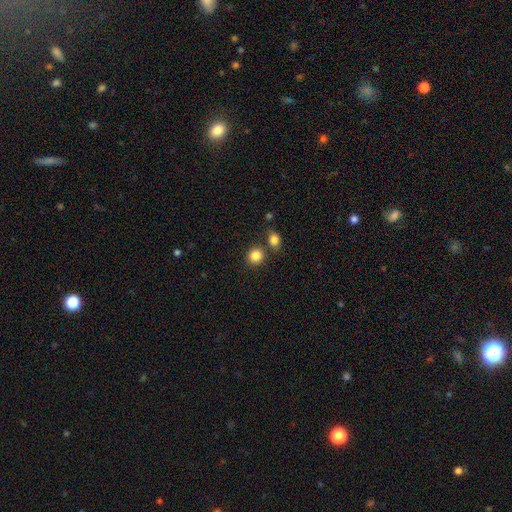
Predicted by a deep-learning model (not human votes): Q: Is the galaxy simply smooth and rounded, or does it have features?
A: smooth — 85%.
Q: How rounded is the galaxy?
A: round — 84%.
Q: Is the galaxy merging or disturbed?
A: none — 76%.